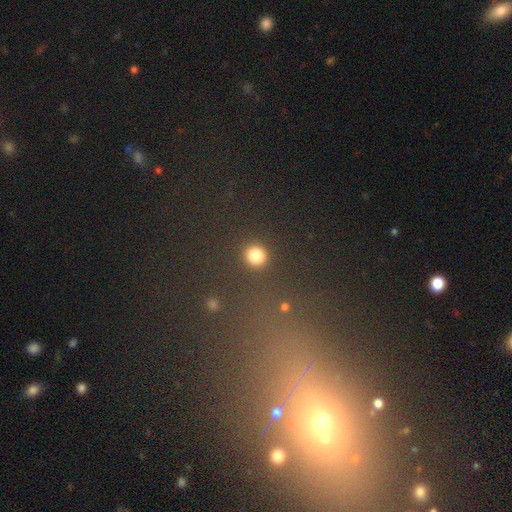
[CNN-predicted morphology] smooth_or_featured: smooth (p=0.82) [alt: star or artifact p=0.13]
how_rounded: round (p=0.88) [alt: in between p=0.10]
merging: none (p=0.88) [alt: minor disturbance p=0.06]